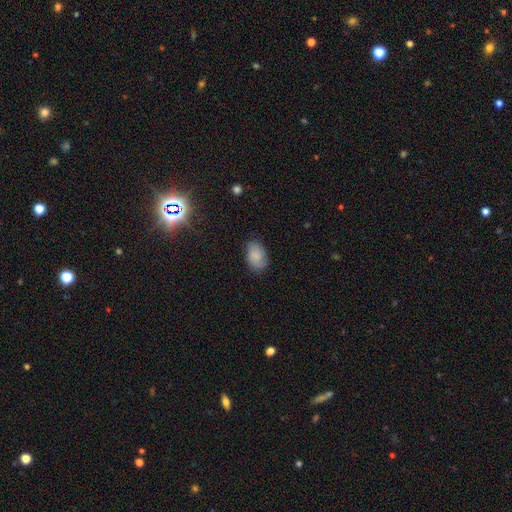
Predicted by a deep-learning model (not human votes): This appears to be a smooth galaxy with no disk features (77%) that is in between round and cigar-shaped (88%). Merging: none (77%).